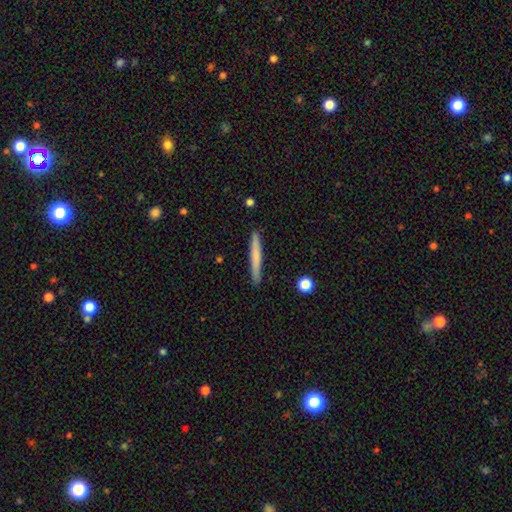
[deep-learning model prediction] smooth_or_featured: smooth (p=0.67) [alt: featured or disk p=0.27]
how_rounded: cigar-shaped (p=0.96) [alt: in between p=0.02]
merging: none (p=0.91) [alt: minor disturbance p=0.07]